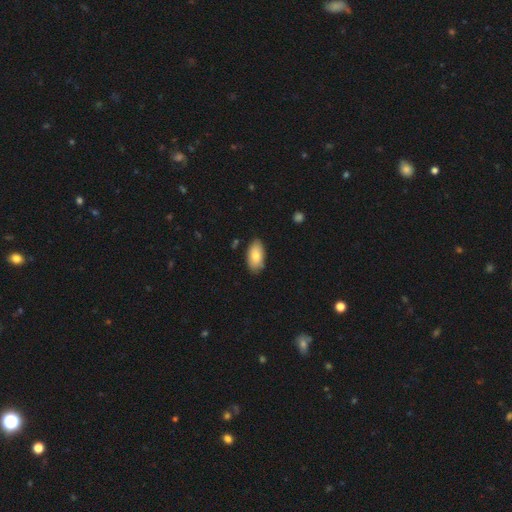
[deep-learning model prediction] Smooth or featured?
  - smooth: 79% *
  - featured or disk: 14%
  - star or artifact: 6%
How rounded?
  - in between: 94% *
  - cigar-shaped: 3%
  - round: 3%
Merging?
  - none: 82% *
  - minor disturbance: 14%
  - major disturbance: 2%
  - merger: 2%